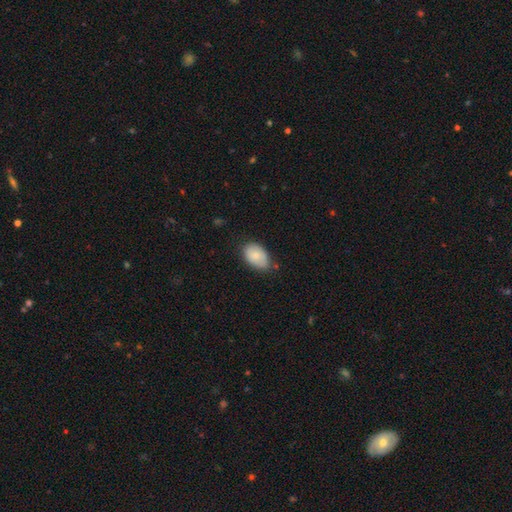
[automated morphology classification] Q: Smooth or featured?
A: smooth (79%); runner-up: featured or disk (14%)
Q: How rounded?
A: in between (89%); runner-up: round (10%)
Q: Merging?
A: none (66%); runner-up: minor disturbance (27%)